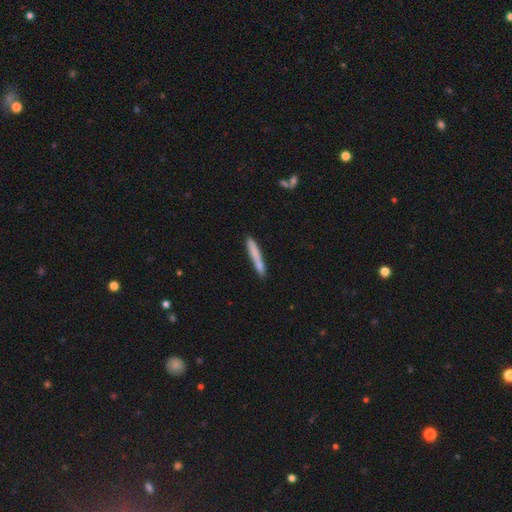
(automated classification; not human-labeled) A smooth galaxy with no disk features (72%) that is cigar-shaped (96%).

Vote fractions:
- Smooth or featured? smooth: 72% / featured or disk: 21% / star or artifact: 7%
- How rounded? cigar-shaped: 96% / in between: 3% / round: 1%
- Merging? none: 81% / minor disturbance: 13% / merger: 4% / major disturbance: 2%